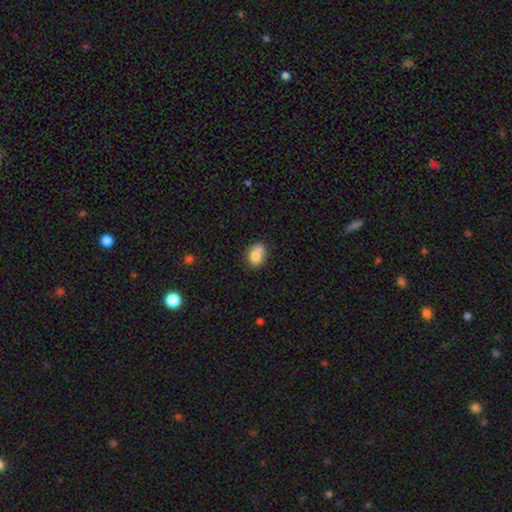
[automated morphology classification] A smooth galaxy with no disk features (77%) that is in between round and cigar-shaped (50%).

Vote fractions:
- Smooth or featured? smooth: 77% / featured or disk: 13% / star or artifact: 9%
- How rounded? in between: 50% / round: 49% / cigar-shaped: 1%
- Merging? none: 48% / merger: 28% / minor disturbance: 19% / major disturbance: 5%